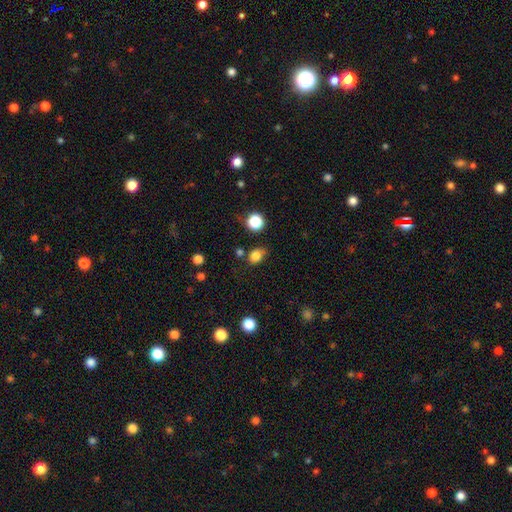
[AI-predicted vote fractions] A smooth galaxy with no disk features (82%) that is in between round and cigar-shaped (50%). Merging: none (63%).